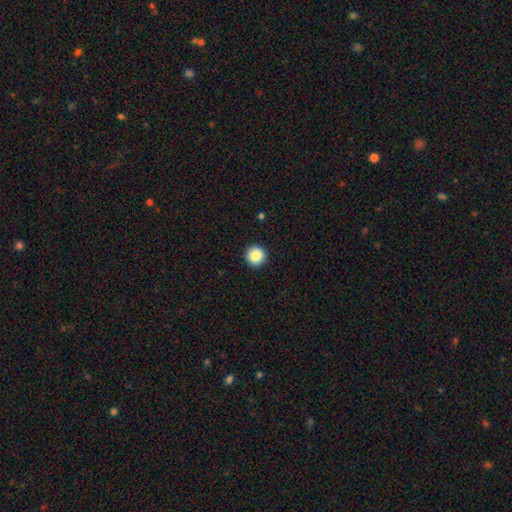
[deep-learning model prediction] Smooth or featured? Predicted: smooth (p=0.87). How rounded? Predicted: round (p=0.97). Merging? Predicted: none (p=0.94).